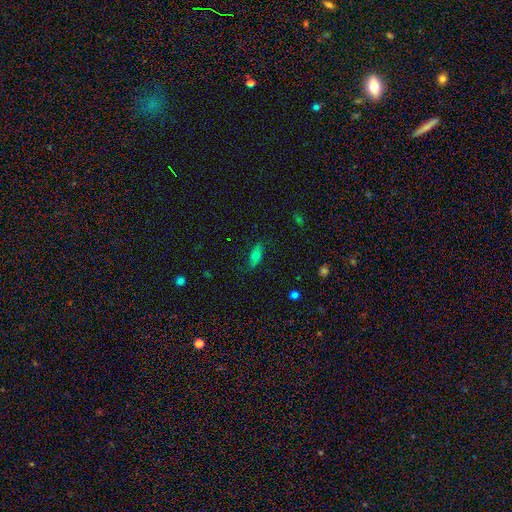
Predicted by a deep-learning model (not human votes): A smooth galaxy with no disk features (65%) that is in between round and cigar-shaped (72%). Merging: none (81%).